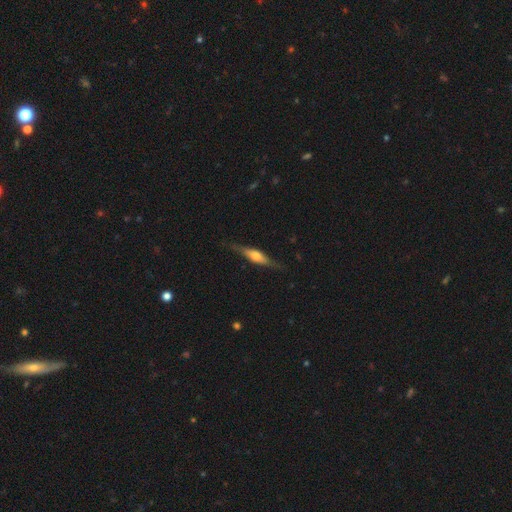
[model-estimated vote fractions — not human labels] smooth_or_featured: featured or disk (p=0.57) [alt: smooth p=0.37]
disk_edge_on: yes (p=0.91) [alt: no p=0.09]
edge_on_bulge: rounded (p=0.83) [alt: boxy p=0.12]
merging: none (p=0.79) [alt: minor disturbance p=0.16]